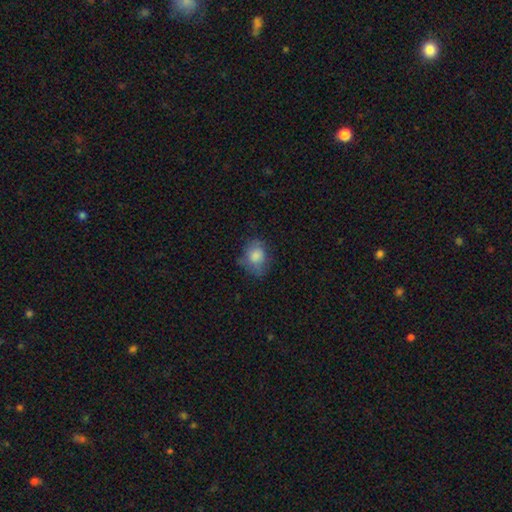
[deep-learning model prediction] A smooth galaxy with no disk features (76%) that is in between round and cigar-shaped (51%). Merging: none (55%).